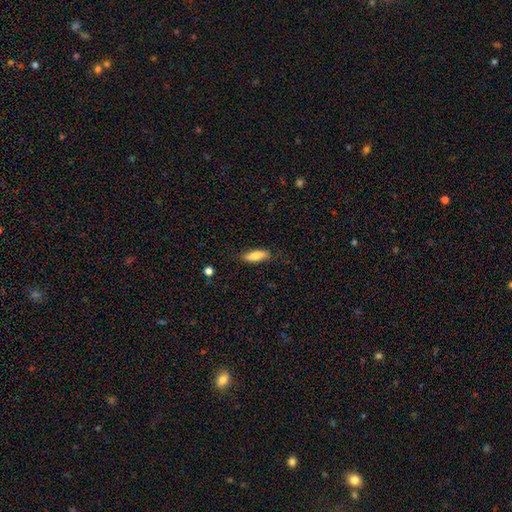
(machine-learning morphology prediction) Smooth or featured? smooth (78%)
How rounded? in between (55%)
Merging? none (84%)